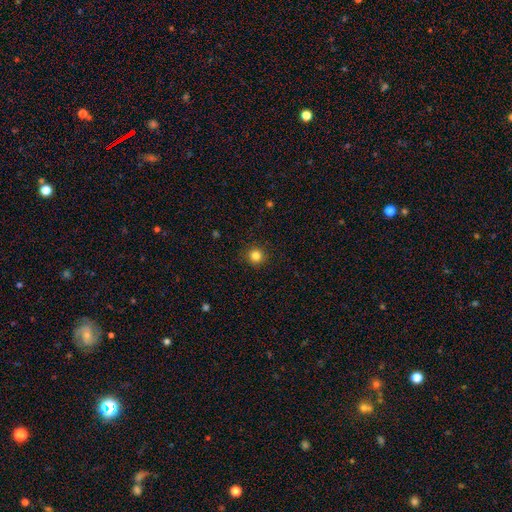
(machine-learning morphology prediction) smooth-or-featured: smooth: 83% | star or artifact: 12% | featured or disk: 5%
  how-rounded: round: 94% | in between: 5% | cigar-shaped: 1%
  merging: none: 91% | minor disturbance: 6% | major disturbance: 2% | merger: 1%